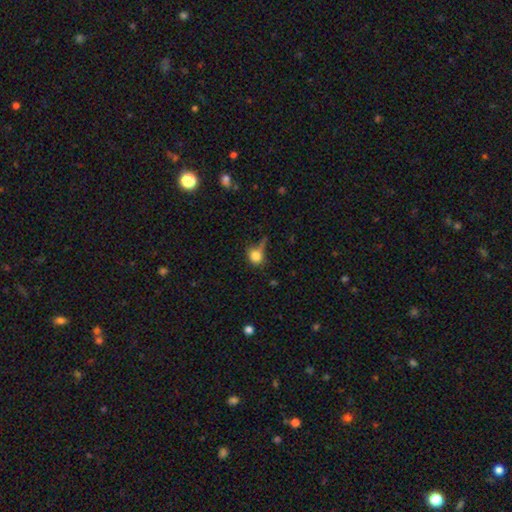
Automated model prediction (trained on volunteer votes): Smooth or featured? smooth (78%)
How rounded? round (70%)
Merging? none (46%)